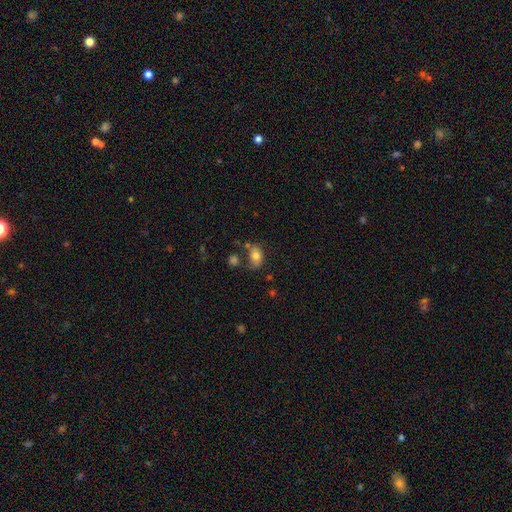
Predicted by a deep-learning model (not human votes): A smooth galaxy with no disk features (73%) that is in between round and cigar-shaped (78%).

Vote fractions:
- Smooth or featured? smooth: 73% / featured or disk: 17% / star or artifact: 9%
- How rounded? in between: 78% / round: 20% / cigar-shaped: 2%
- Merging? none: 51% / minor disturbance: 25% / merger: 13% / major disturbance: 11%